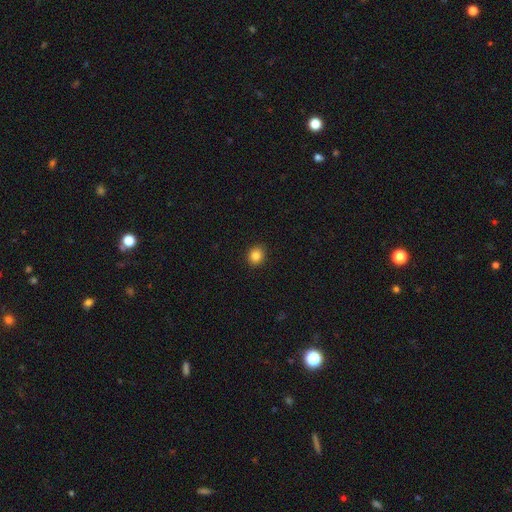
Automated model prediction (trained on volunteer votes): A smooth galaxy with no disk features (85%) that is round (75%). Merging: none (91%).